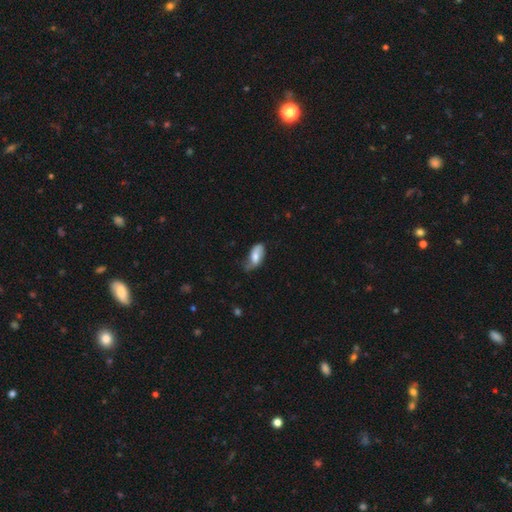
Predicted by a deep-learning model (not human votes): Smooth or featured?
  - smooth: 56% *
  - featured or disk: 37%
  - star or artifact: 7%
How rounded?
  - in between: 89% *
  - cigar-shaped: 8%
  - round: 3%
Merging?
  - none: 47% *
  - minor disturbance: 38%
  - major disturbance: 12%
  - merger: 2%